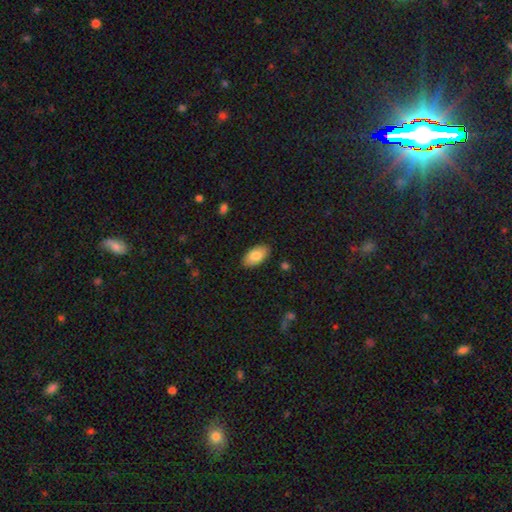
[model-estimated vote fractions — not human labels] This is clearly a smooth galaxy (83%). How rounded: clearly in between (95%). Merging: clearly none (88%).